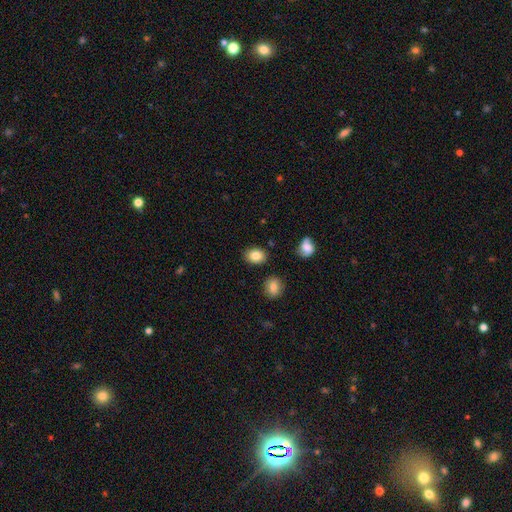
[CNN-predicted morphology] Q: Smooth or featured?
A: smooth (84%); runner-up: star or artifact (9%)
Q: How rounded?
A: in between (63%); runner-up: round (36%)
Q: Merging?
A: none (86%); runner-up: minor disturbance (9%)